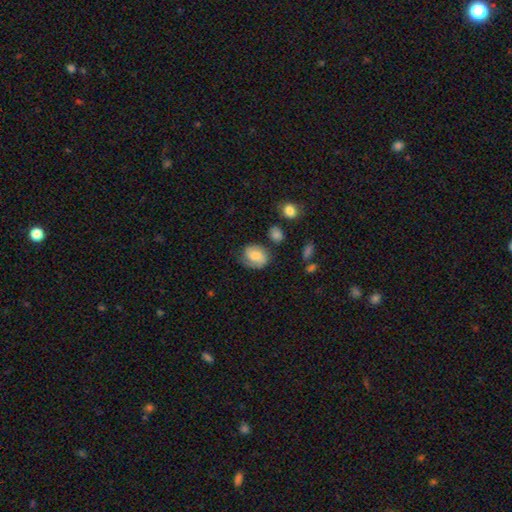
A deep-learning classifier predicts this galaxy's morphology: smooth 59%, featured or disk 33%, star or artifact 8%. Down the decision tree: how rounded — in between (51%); merging — none (61%).